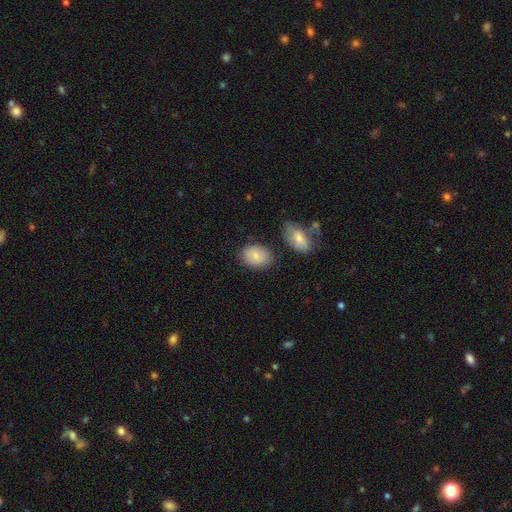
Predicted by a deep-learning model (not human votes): Smooth or featured: smooth — 82% (featured or disk — 11%)
How rounded: in between — 79% (round — 19%)
Merging: none — 74% (minor disturbance — 15%)